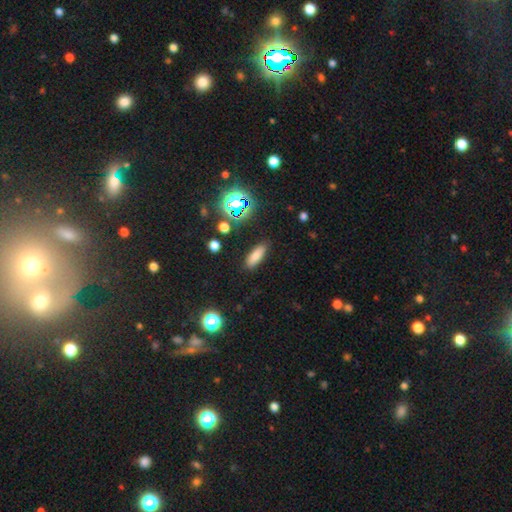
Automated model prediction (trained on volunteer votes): Smooth or featured: smooth — 77% (star or artifact — 15%)
How rounded: in between — 58% (cigar-shaped — 38%)
Merging: none — 87% (minor disturbance — 9%)